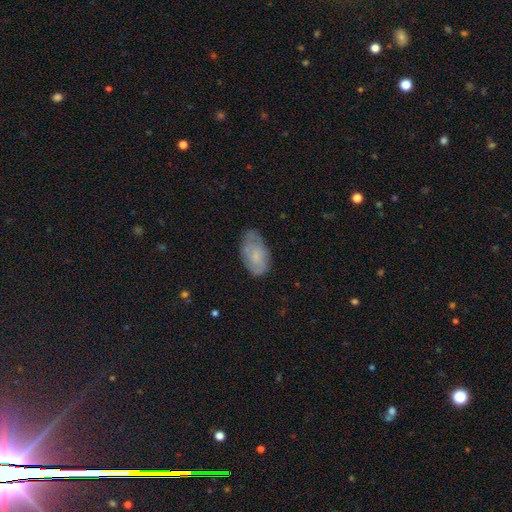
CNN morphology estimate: Overall: smooth (59%; featured or disk 33%). How rounded: in between (93%). Merging: none (63%; minor disturbance 28%).